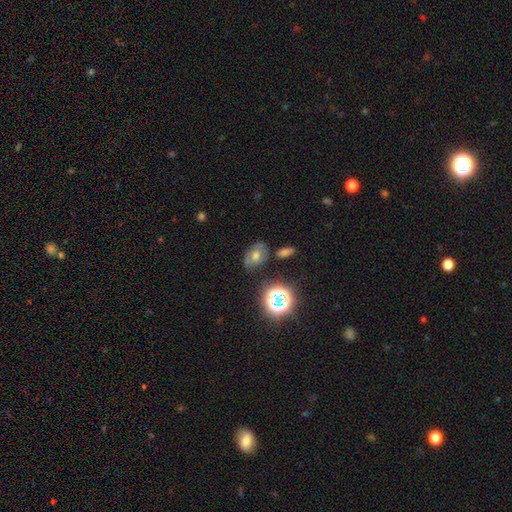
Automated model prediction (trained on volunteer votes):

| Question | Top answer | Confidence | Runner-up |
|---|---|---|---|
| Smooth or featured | smooth | 45% | featured or disk (30%) |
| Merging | none | 73% | minor disturbance (16%) |